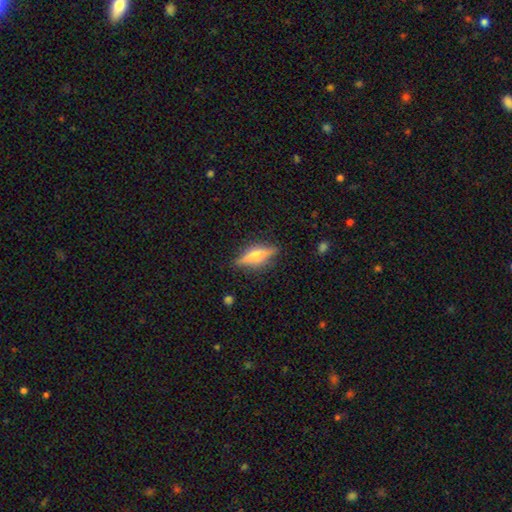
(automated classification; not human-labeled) Smooth or featured: featured or disk — 55% (smooth — 37%)
Edge-on disk: yes — 92% (no — 8%)
Edge-on bulge: rounded — 86% (boxy — 9%)
Merging: none — 83% (minor disturbance — 12%)